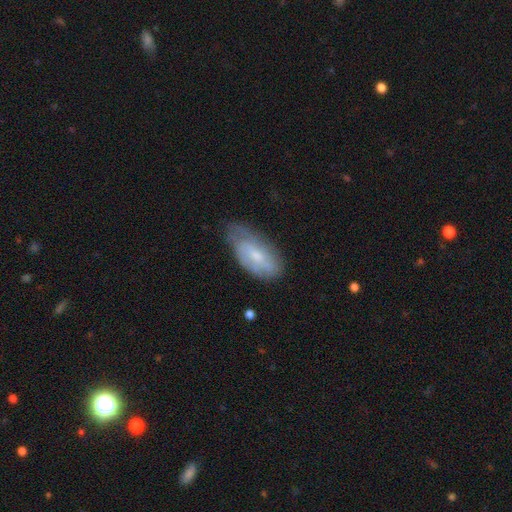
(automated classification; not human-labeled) Smooth or featured? smooth (47%)
Merging? none (52%)